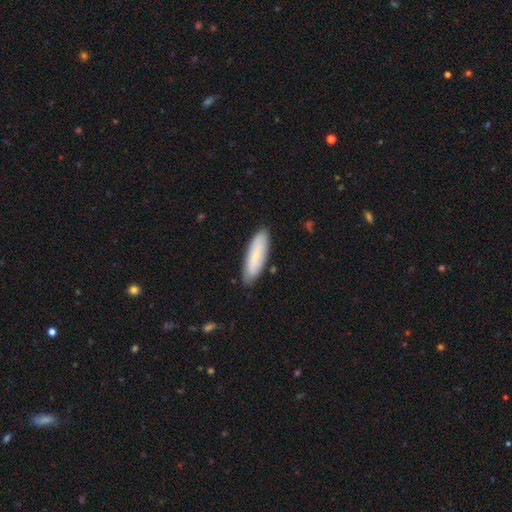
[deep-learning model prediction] Overall: smooth (72%). How rounded: cigar-shaped (53%; in between 45%). Merging: none (84%).